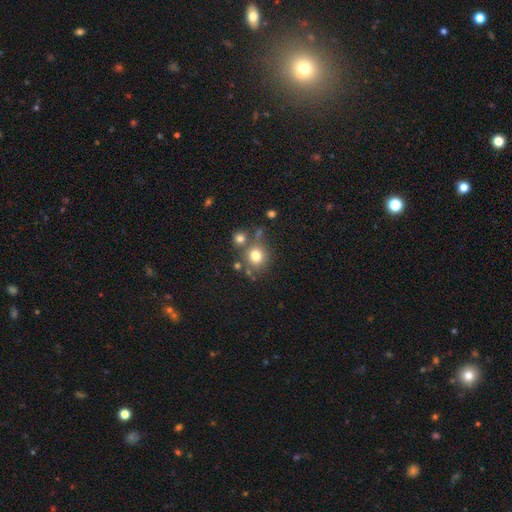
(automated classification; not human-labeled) smooth_or_featured: smooth (p=0.77) [alt: star or artifact p=0.13]
how_rounded: round (p=0.88) [alt: in between p=0.11]
merging: none (p=0.67) [alt: merger p=0.18]